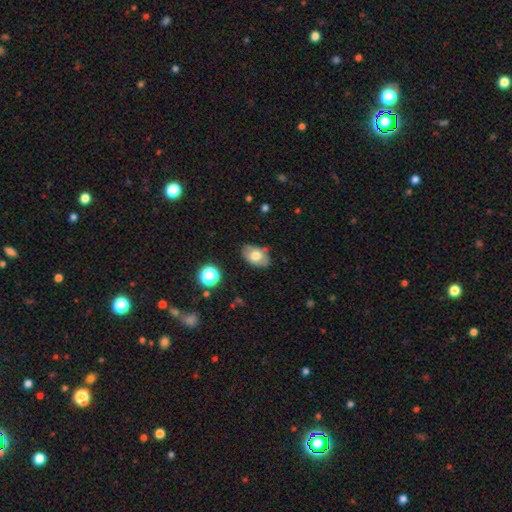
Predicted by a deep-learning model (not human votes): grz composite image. It shows a smooth galaxy with no disk features (67%) that is in between round and cigar-shaped (85%). Merging: none (73%).